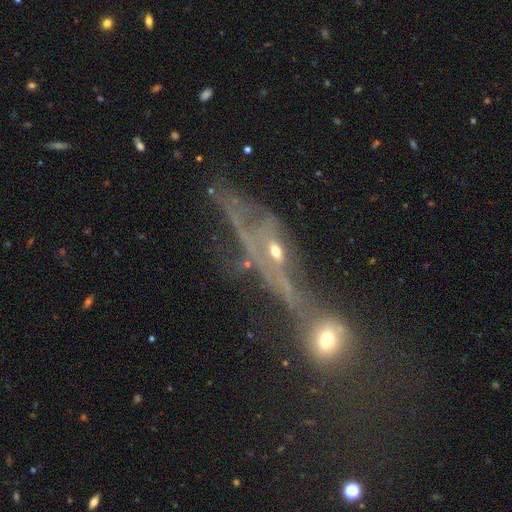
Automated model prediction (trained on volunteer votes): smooth-or-featured: featured or disk: 57% | star or artifact: 25% | smooth: 18%
  disk-edge-on: no: 58% | yes: 42%
  merging: merger: 33% | none: 28% | major disturbance: 25% | minor disturbance: 14%